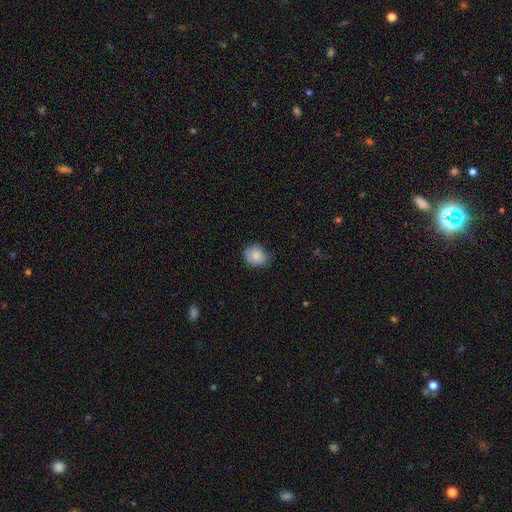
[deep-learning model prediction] Smooth or featured? Predicted: smooth (p=0.83). How rounded? Predicted: round (p=0.72). Merging? Predicted: none (p=0.69).